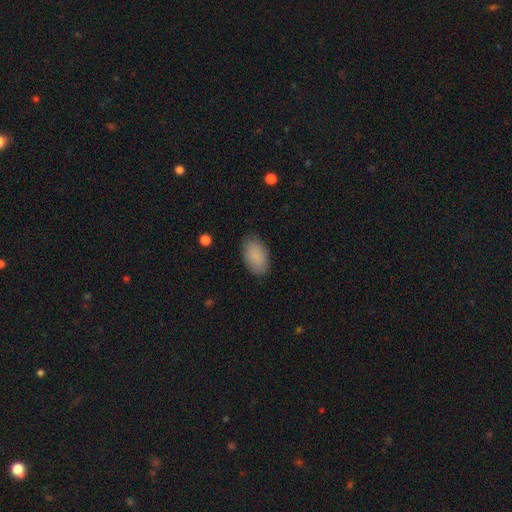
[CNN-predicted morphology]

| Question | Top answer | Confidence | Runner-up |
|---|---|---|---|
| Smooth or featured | smooth | 89% | star or artifact (6%) |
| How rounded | in between | 95% | round (4%) |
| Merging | none | 85% | minor disturbance (11%) |